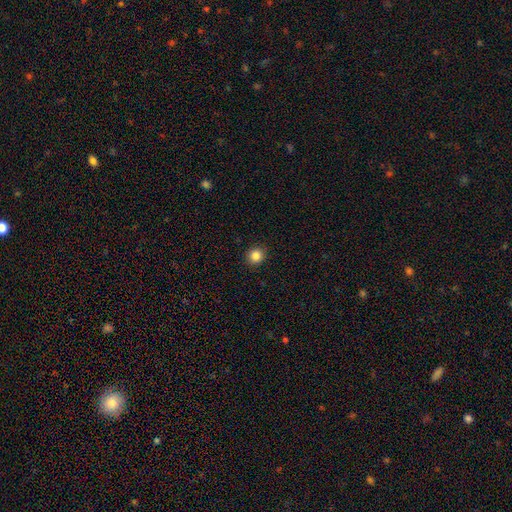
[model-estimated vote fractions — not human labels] Smooth or featured? Predicted: smooth (p=0.85). How rounded? Predicted: round (p=0.88). Merging? Predicted: none (p=0.91).